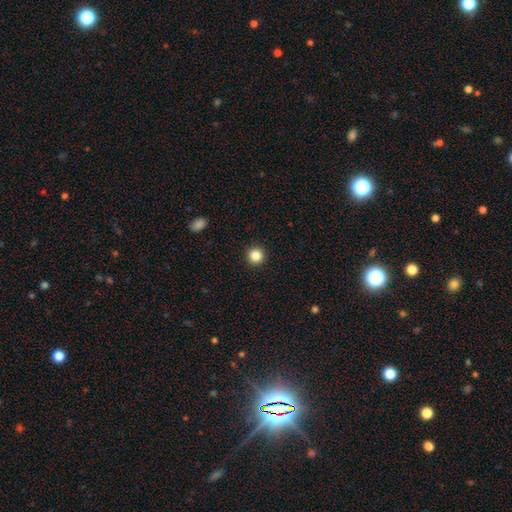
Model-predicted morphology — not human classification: A smooth galaxy with no disk features (86%) that is round (96%).

Vote fractions:
- Smooth or featured? smooth: 86% / star or artifact: 11% / featured or disk: 4%
- How rounded? round: 96% / in between: 3% / cigar-shaped: 1%
- Merging? none: 93% / minor disturbance: 4% / major disturbance: 2% / merger: 1%